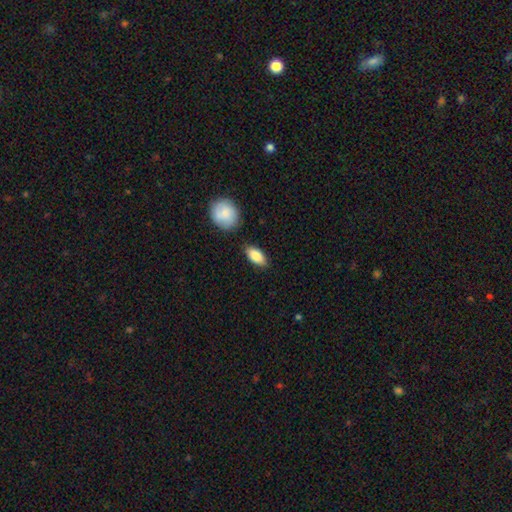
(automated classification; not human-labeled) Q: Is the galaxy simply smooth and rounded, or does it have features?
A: smooth — 86%.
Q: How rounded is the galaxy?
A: in between — 89%.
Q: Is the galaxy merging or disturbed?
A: none — 81%.